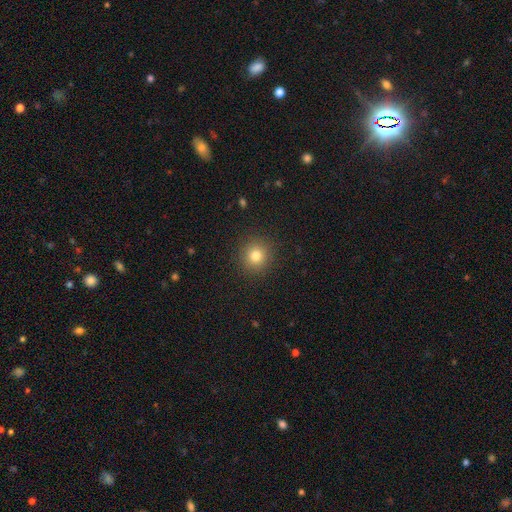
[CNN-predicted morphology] Overall: smooth (80%). How rounded: round (93%). Merging: none (91%).